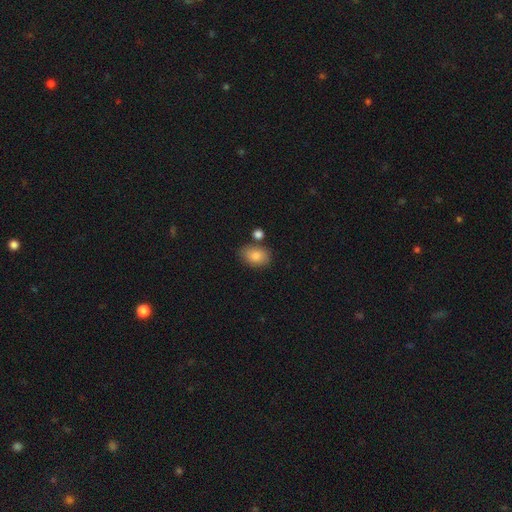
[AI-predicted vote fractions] A smooth galaxy with no disk features (82%) that is in between round and cigar-shaped (82%).

Vote fractions:
- Smooth or featured? smooth: 82% / featured or disk: 10% / star or artifact: 8%
- How rounded? in between: 82% / round: 17% / cigar-shaped: 1%
- Merging? none: 74% / minor disturbance: 13% / merger: 10% / major disturbance: 3%